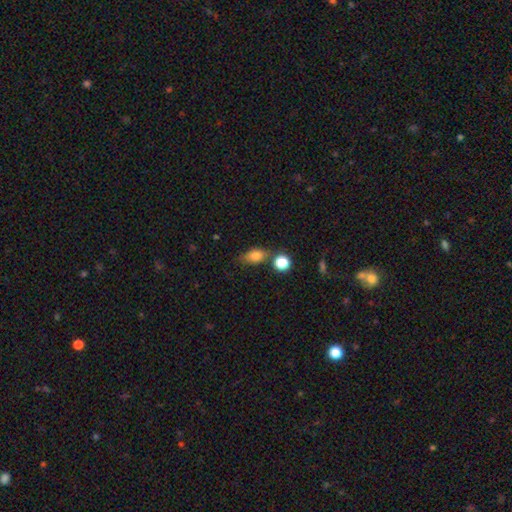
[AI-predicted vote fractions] A smooth galaxy with no disk features (78%) that is in between round and cigar-shaped (73%).

Vote fractions:
- Smooth or featured? smooth: 78% / featured or disk: 11% / star or artifact: 11%
- How rounded? in between: 73% / round: 20% / cigar-shaped: 7%
- Merging? none: 61% / minor disturbance: 19% / merger: 14% / major disturbance: 6%